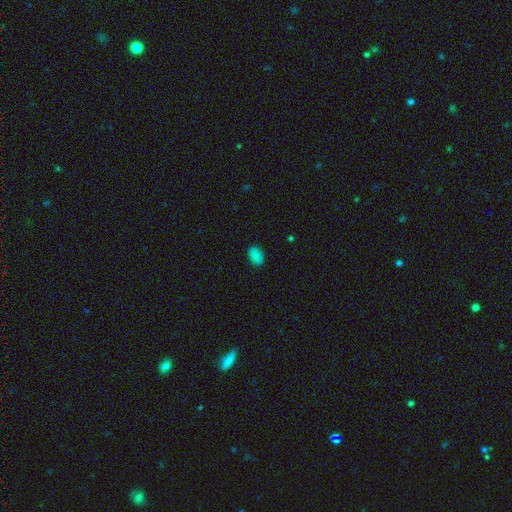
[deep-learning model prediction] Overall: smooth (84%). How rounded: in between (86%). Merging: none (86%).